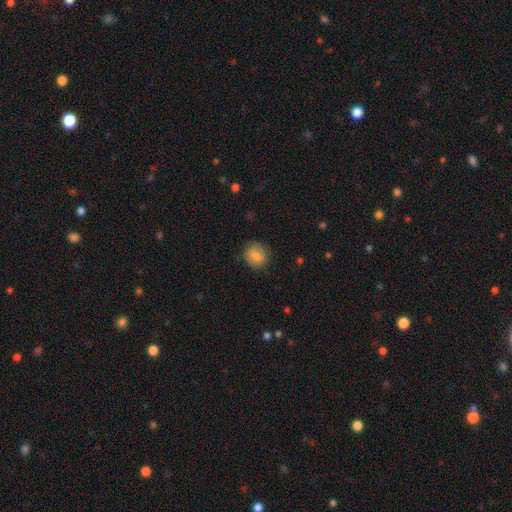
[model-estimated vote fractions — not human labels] A smooth galaxy with no disk features (79%) that is round (79%). Merging: none (81%).